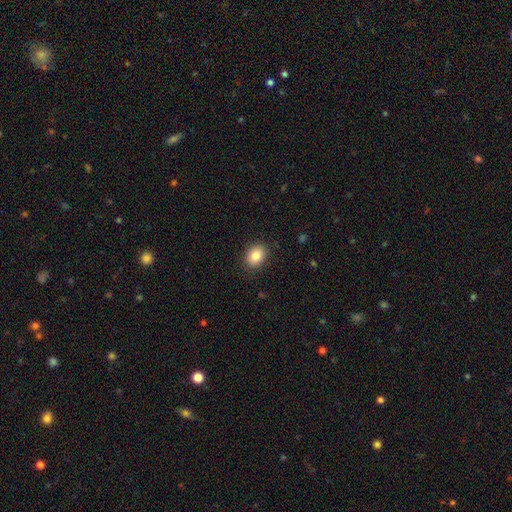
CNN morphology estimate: Overall: smooth (85%). How rounded: in between (62%; round 37%). Merging: none (88%).